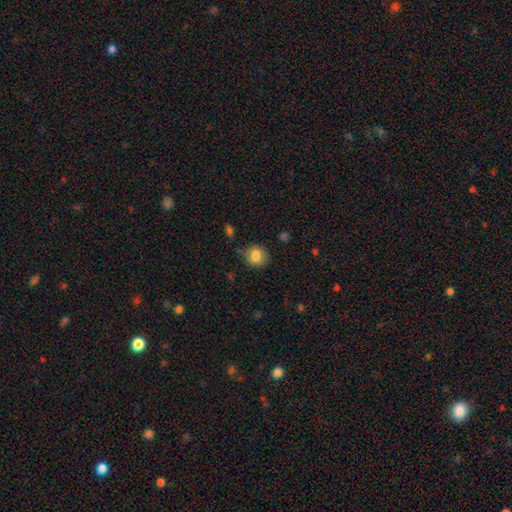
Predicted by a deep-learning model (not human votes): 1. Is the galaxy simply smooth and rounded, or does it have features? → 82% smooth, 9% star or artifact, 9% featured or disk.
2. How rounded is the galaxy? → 80% round, 19% in between, 1% cigar-shaped.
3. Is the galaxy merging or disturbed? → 81% none, 14% minor disturbance, 3% major disturbance, 2% merger.